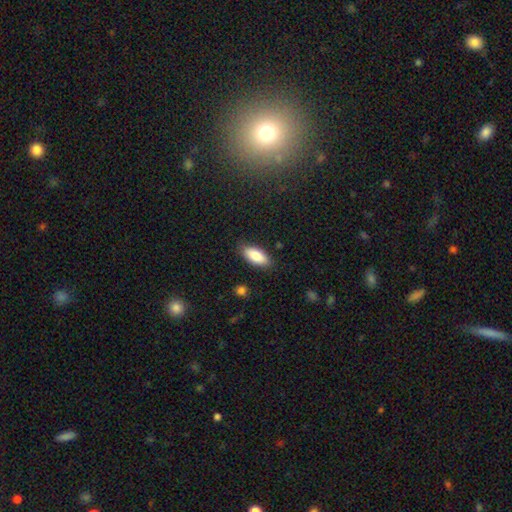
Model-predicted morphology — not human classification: A smooth galaxy with no disk features (84%) that is in between round and cigar-shaped (86%).

Vote fractions:
- Smooth or featured? smooth: 84% / featured or disk: 10% / star or artifact: 6%
- How rounded? in between: 86% / cigar-shaped: 12% / round: 2%
- Merging? none: 85% / minor disturbance: 12% / major disturbance: 2% / merger: 1%